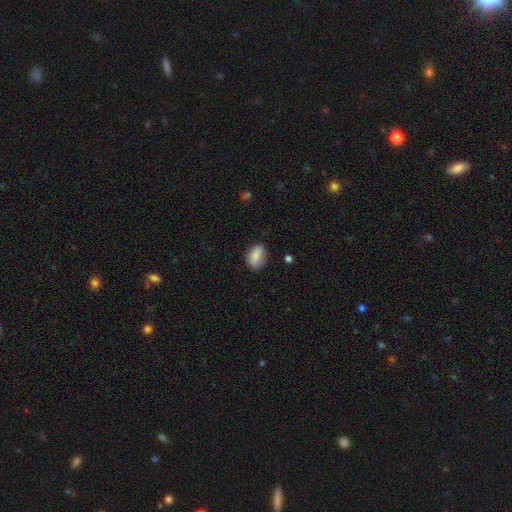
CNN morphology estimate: The model was most divided on "merging": none: 73%, minor disturbance: 21%, major disturbance: 4%, merger: 2%. More confident: how rounded — in between (82%); smooth or featured — smooth (82%).